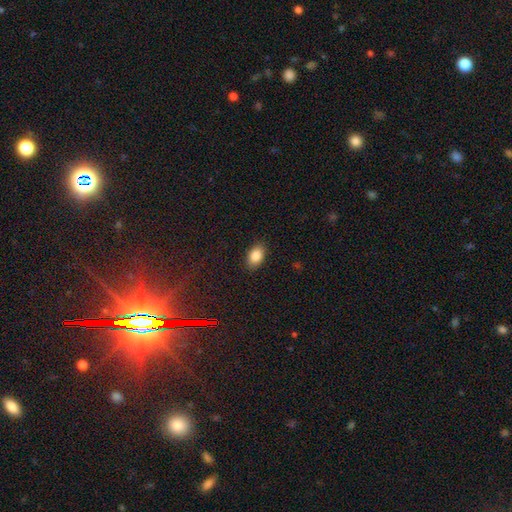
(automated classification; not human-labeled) The model was most divided on "merging": none: 87%, minor disturbance: 10%, major disturbance: 2%, merger: 1%. More confident: how rounded — in between (88%); smooth or featured — smooth (86%).